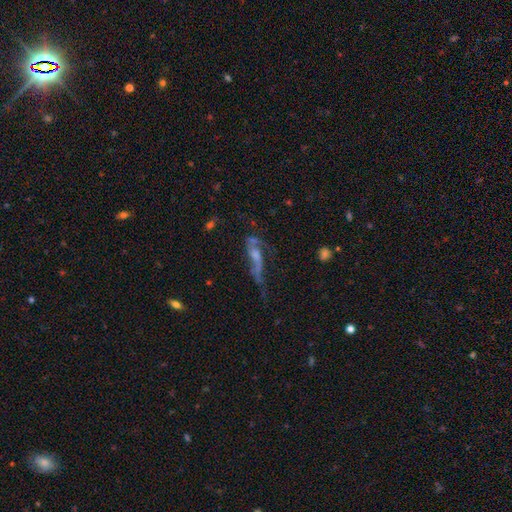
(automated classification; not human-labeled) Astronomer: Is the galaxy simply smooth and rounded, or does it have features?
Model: featured or disk — 59%.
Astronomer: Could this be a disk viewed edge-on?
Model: no — 70%.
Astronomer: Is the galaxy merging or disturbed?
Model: major disturbance — 37% (runner-up: none, 32%).